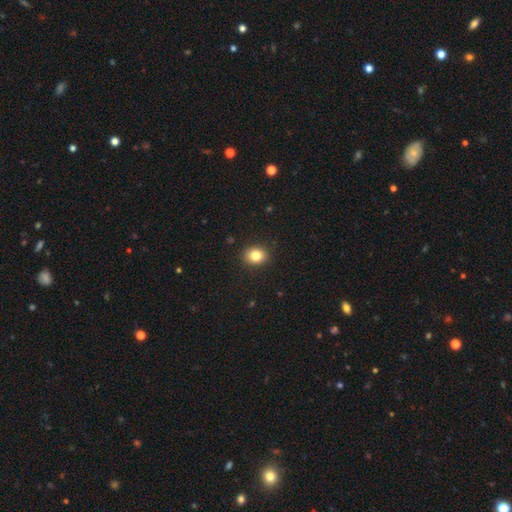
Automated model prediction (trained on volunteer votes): Overall: smooth (83%). How rounded: round (63%; in between 36%). Merging: none (90%).